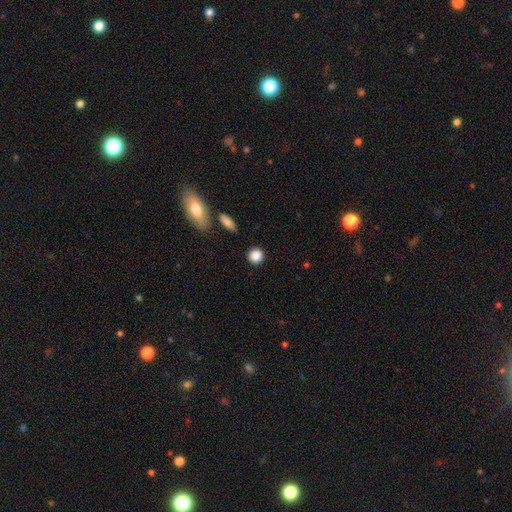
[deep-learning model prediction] Morphology: type=smooth (87%); roundness=round (88%); merging=none (88%).